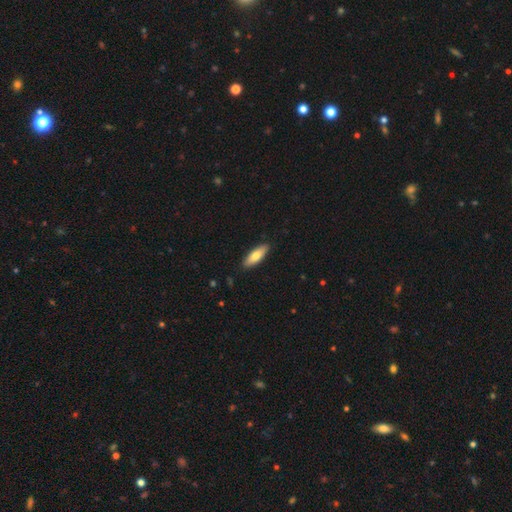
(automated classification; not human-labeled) smooth 72%, featured or disk 22%, star or artifact 5%. Down the decision tree: how rounded — in between (57%); merging — none (89%).